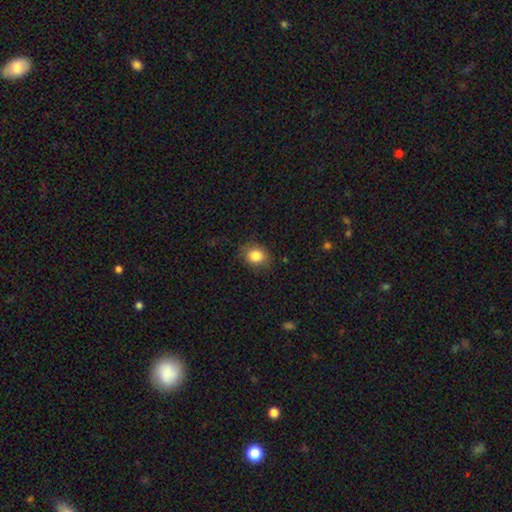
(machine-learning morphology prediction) smooth_or_featured: smooth (p=0.84) [alt: star or artifact p=0.10]
how_rounded: round (p=0.66) [alt: in between p=0.33]
merging: none (p=0.79) [alt: minor disturbance p=0.15]